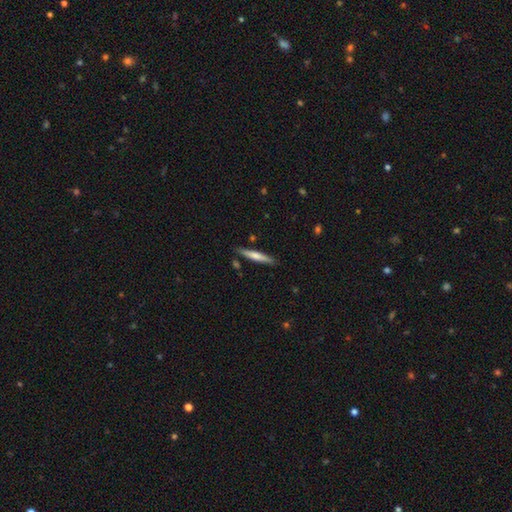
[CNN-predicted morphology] Smooth or featured? smooth (57%)
How rounded? cigar-shaped (93%)
Merging? none (87%)